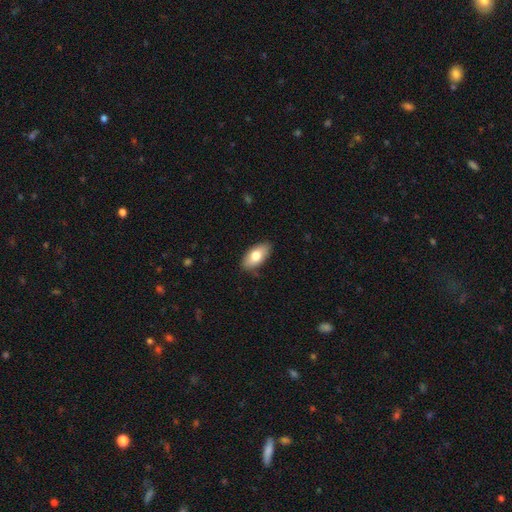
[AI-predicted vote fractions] smooth 76%, featured or disk 18%, star or artifact 6%. Down the decision tree: how rounded — in between (92%); merging — none (85%).